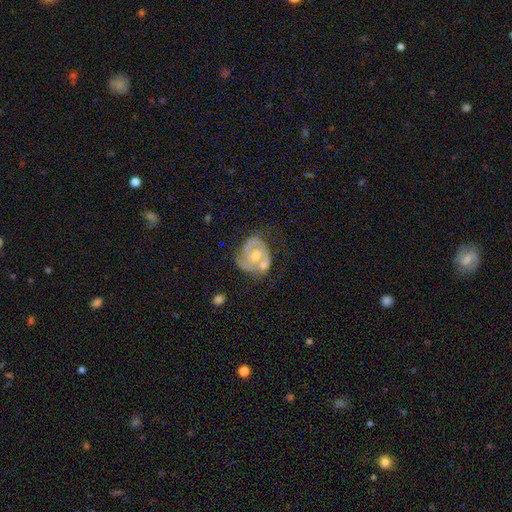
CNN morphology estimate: featured or disk 81%, smooth 13%, star or artifact 6%. Down the decision tree: edge-on disk — no (98%); bar — no (65%); spiral arms — yes (89%); spiral arm count — 2 (62%); spiral winding — tight (53%); bulge size — moderate (67%); merging — none (45%).